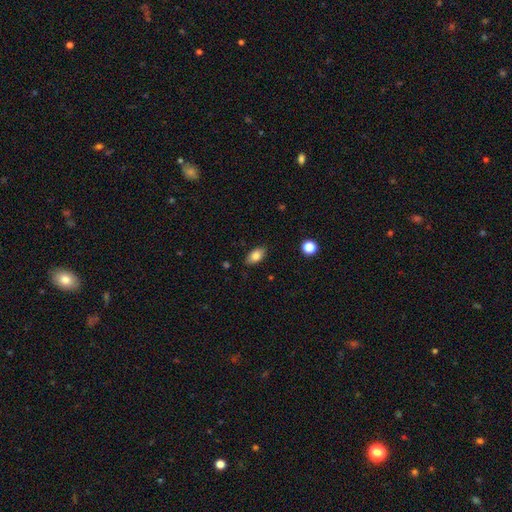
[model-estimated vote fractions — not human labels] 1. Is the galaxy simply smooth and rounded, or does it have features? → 83% smooth, 9% featured or disk, 8% star or artifact.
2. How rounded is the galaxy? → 90% in between, 5% round, 5% cigar-shaped.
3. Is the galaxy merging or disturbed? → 85% none, 11% minor disturbance, 2% major disturbance, 1% merger.